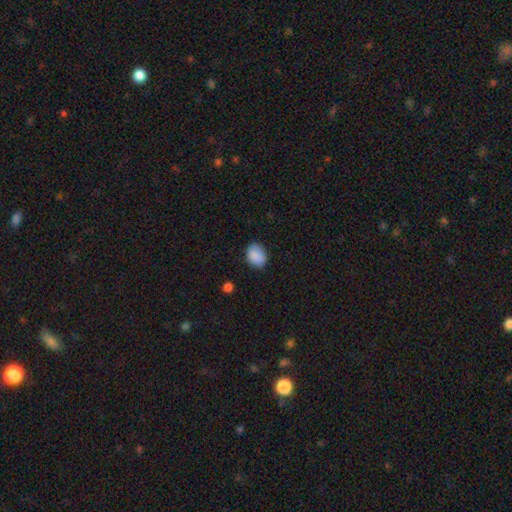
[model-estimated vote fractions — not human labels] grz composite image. It shows a smooth galaxy with no disk features (88%) that is in between round and cigar-shaped (63%). Merging: none (79%).